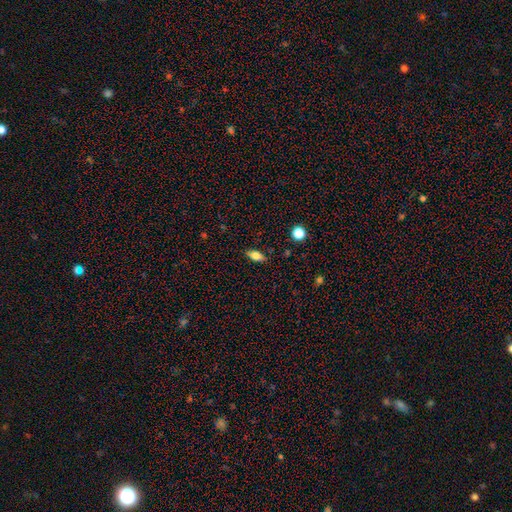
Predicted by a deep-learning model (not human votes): smooth_or_featured: smooth (p=0.74) [alt: featured or disk p=0.18]
how_rounded: in between (p=0.82) [alt: cigar-shaped p=0.13]
merging: none (p=0.87) [alt: minor disturbance p=0.10]